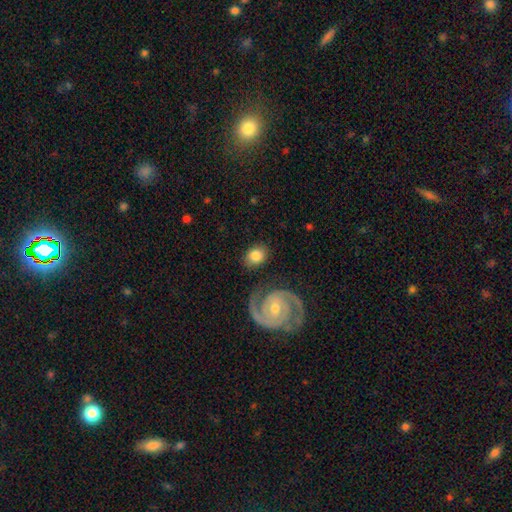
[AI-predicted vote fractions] Smooth or featured: smooth — 70% (featured or disk — 24%)
How rounded: in between — 53% (round — 45%)
Merging: none — 78% (minor disturbance — 12%)